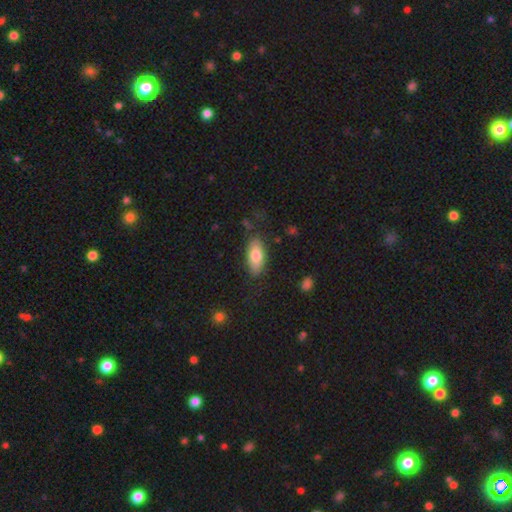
Smooth or featured: smooth — 85% (featured or disk — 10%)
How rounded: in between — 73% (cigar-shaped — 21%)
Merging: none — 76% (minor disturbance — 11%)